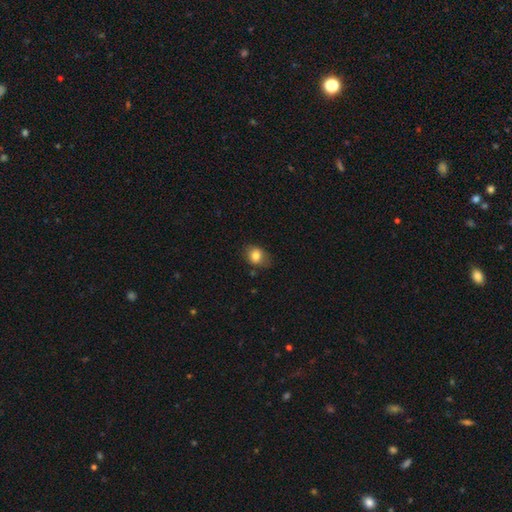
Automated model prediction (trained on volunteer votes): Smooth or featured?
  - smooth: 80% *
  - featured or disk: 10%
  - star or artifact: 10%
How rounded?
  - in between: 53% *
  - round: 45%
  - cigar-shaped: 1%
Merging?
  - none: 69% *
  - minor disturbance: 24%
  - major disturbance: 6%
  - merger: 2%